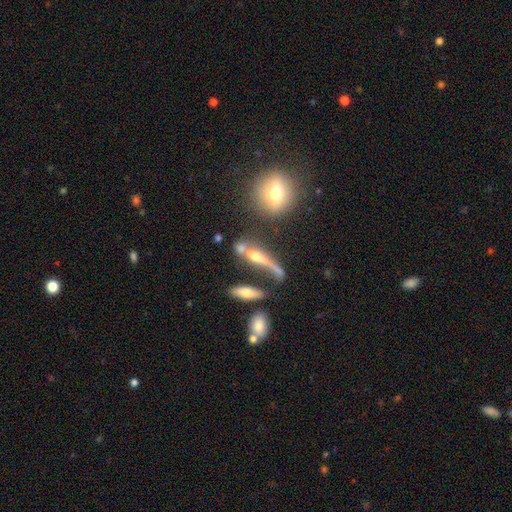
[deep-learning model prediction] Smooth or featured: featured or disk — 47% (smooth — 40%)
Merging: none — 34% (merger — 33%)